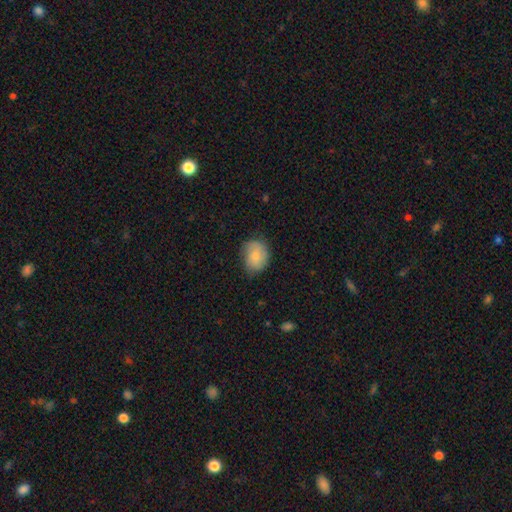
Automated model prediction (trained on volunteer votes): smooth 74%, featured or disk 19%, star or artifact 7%. Down the decision tree: how rounded — in between (54%); merging — none (62%).